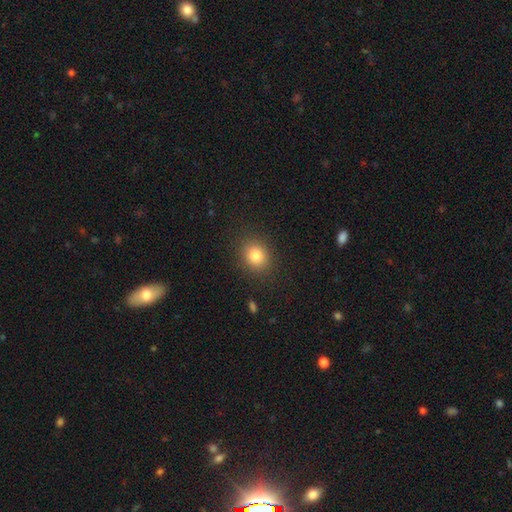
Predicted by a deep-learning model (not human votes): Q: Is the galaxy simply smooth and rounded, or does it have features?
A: smooth — 82%.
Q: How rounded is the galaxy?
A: round — 69%.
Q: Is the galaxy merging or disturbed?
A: none — 88%.